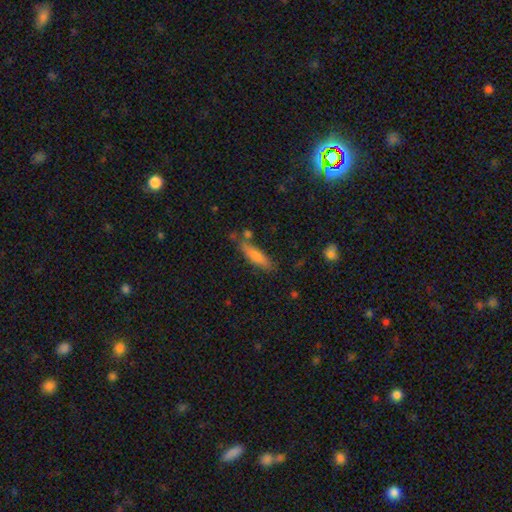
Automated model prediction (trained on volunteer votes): Smooth or featured? Predicted: smooth (p=0.70). How rounded? Predicted: cigar-shaped (p=0.71). Merging? Predicted: none (p=0.70).